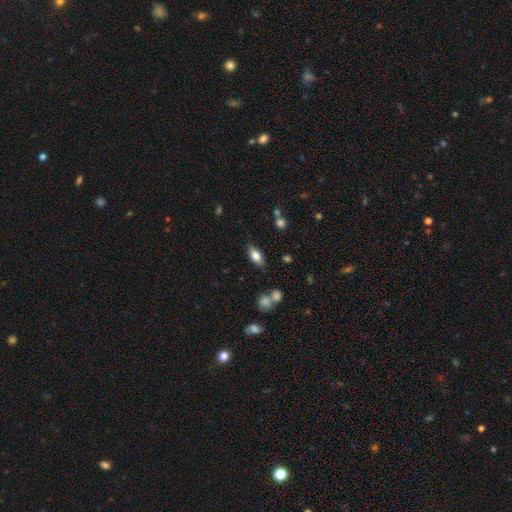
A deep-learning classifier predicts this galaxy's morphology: A smooth galaxy with no disk features (78%) that is in between round and cigar-shaped (87%). Merging: none (79%).